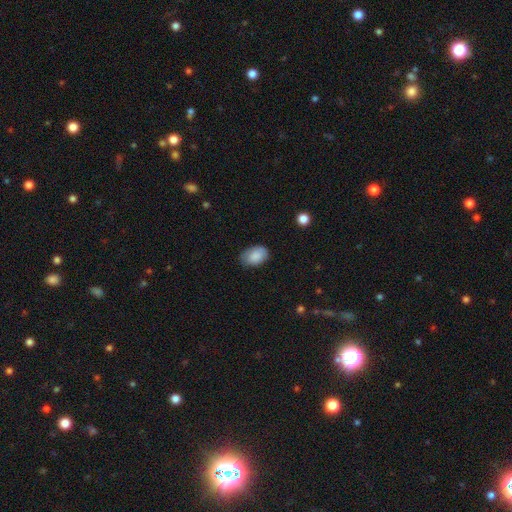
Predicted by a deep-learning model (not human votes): The model was most divided on "merging": none: 75%, minor disturbance: 20%, major disturbance: 4%, merger: 1%. More confident: how rounded — in between (88%); smooth or featured — smooth (87%).